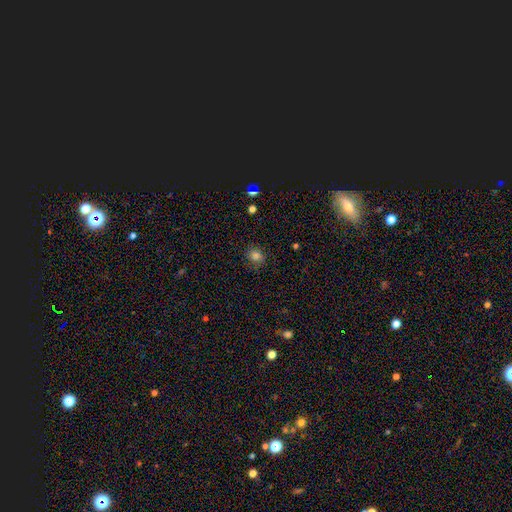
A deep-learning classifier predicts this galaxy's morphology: Overall: smooth (81%). How rounded: round (75%). Merging: none (83%).